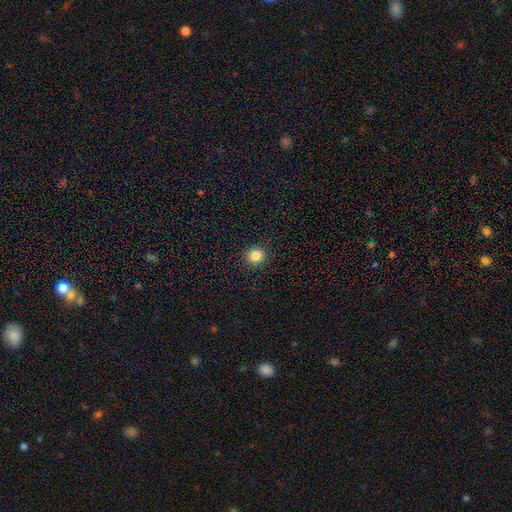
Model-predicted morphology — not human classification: Smooth or featured: smooth — 84% (star or artifact — 11%)
How rounded: round — 91% (in between — 8%)
Merging: none — 92% (minor disturbance — 5%)